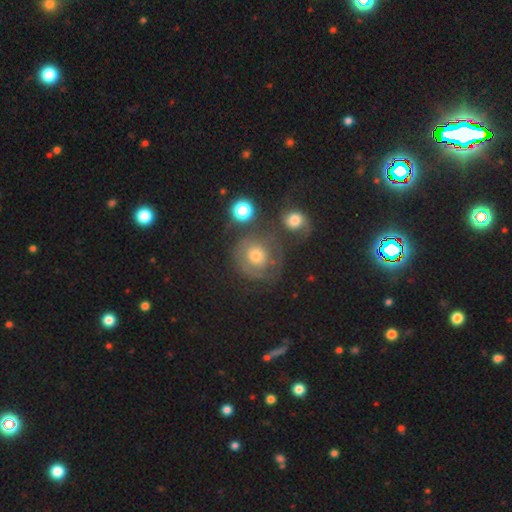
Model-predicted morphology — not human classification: smooth_or_featured: featured or disk (p=0.45) [alt: smooth p=0.41]
merging: none (p=0.56) [alt: minor disturbance p=0.17]